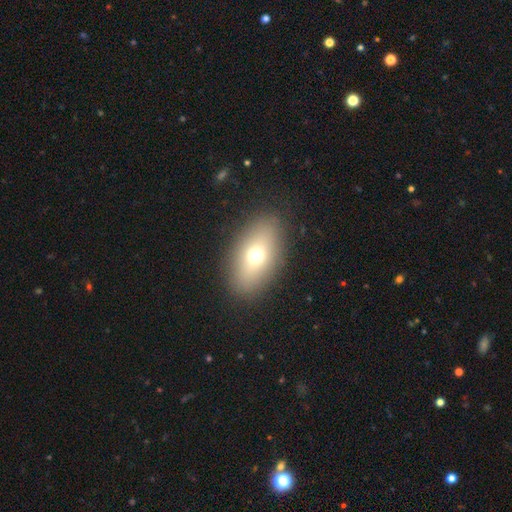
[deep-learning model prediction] Smooth or featured?
  - smooth: 68% *
  - featured or disk: 21%
  - star or artifact: 11%
How rounded?
  - in between: 85% *
  - round: 11%
  - cigar-shaped: 4%
Merging?
  - none: 87% *
  - minor disturbance: 8%
  - major disturbance: 4%
  - merger: 1%